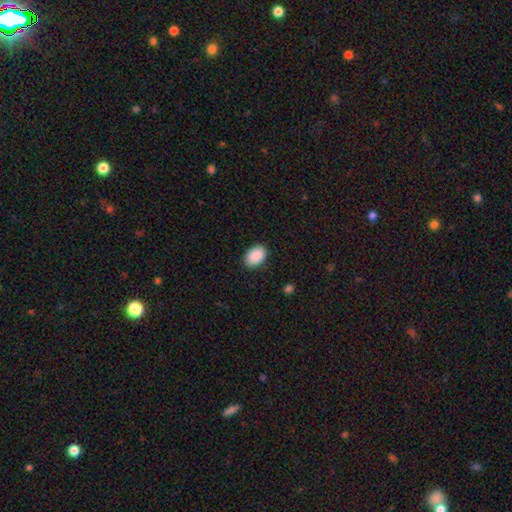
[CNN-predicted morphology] A smooth galaxy with no disk features (91%) that is in between round and cigar-shaped (84%).

Vote fractions:
- Smooth or featured? smooth: 91% / star or artifact: 7% / featured or disk: 3%
- How rounded? in between: 84% / round: 15% / cigar-shaped: 1%
- Merging? none: 88% / minor disturbance: 9% / major disturbance: 2% / merger: 1%